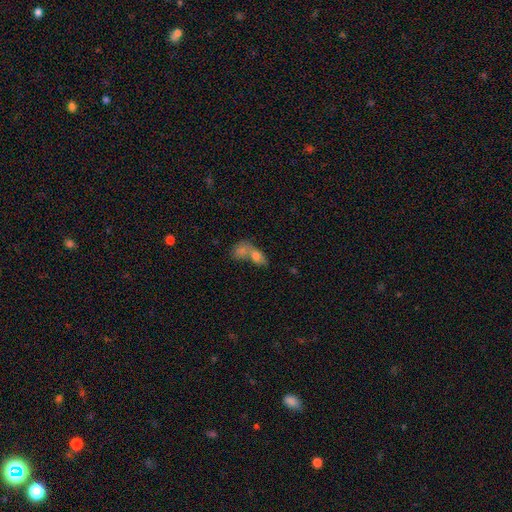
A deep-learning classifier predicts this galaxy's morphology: This is likely a smooth galaxy (73%). How rounded: clearly in between (81%). Merging: likely merger (69%).